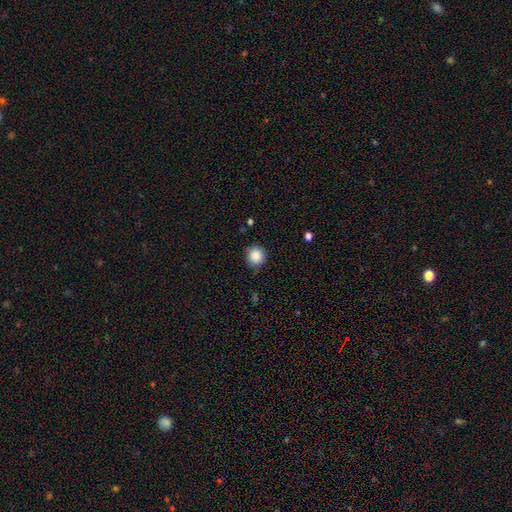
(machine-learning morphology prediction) Smooth or featured? smooth (87%)
How rounded? round (93%)
Merging? none (85%)